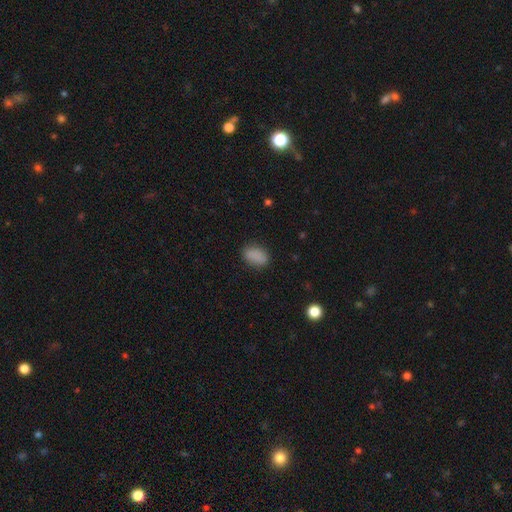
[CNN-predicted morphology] Q: Smooth or featured?
A: smooth (87%); runner-up: star or artifact (9%)
Q: How rounded?
A: in between (88%); runner-up: round (10%)
Q: Merging?
A: none (83%); runner-up: minor disturbance (13%)